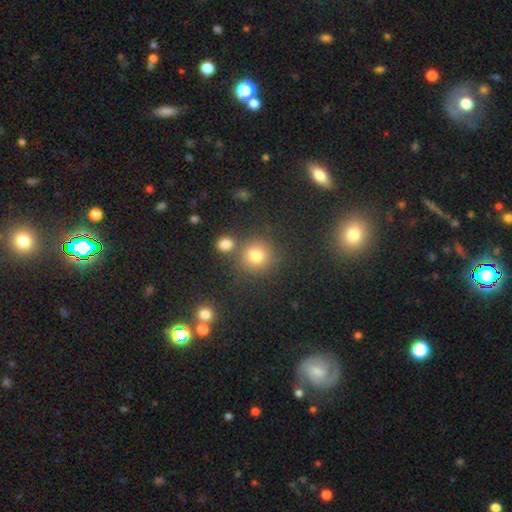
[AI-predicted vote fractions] Smooth or featured: smooth — 77% (star or artifact — 16%)
How rounded: round — 88% (in between — 11%)
Merging: none — 71% (merger — 16%)